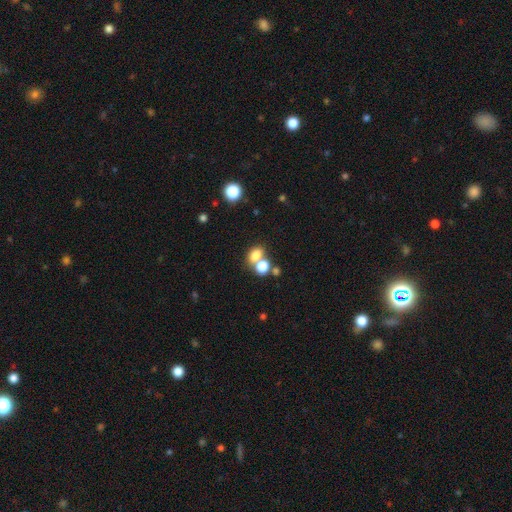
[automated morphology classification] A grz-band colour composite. It shows a smooth galaxy with no disk features (76%) that is in between round and cigar-shaped (65%). Merging: merger (46%).